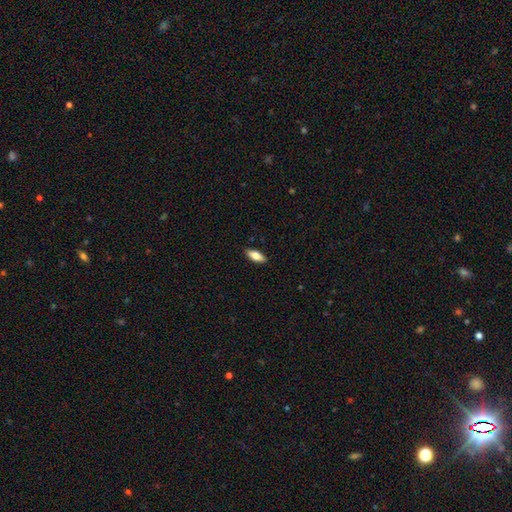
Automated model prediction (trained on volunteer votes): Smooth or featured: smooth — 75% (featured or disk — 18%)
How rounded: in between — 78% (cigar-shaped — 20%)
Merging: none — 89% (minor disturbance — 8%)